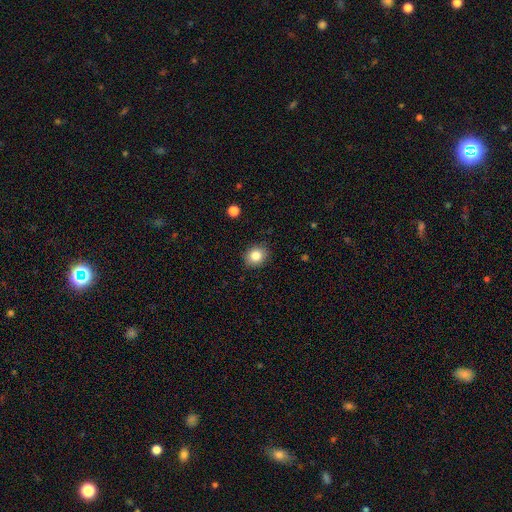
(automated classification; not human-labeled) smooth-or-featured: smooth: 83% | star or artifact: 10% | featured or disk: 7%
  how-rounded: round: 71% | in between: 28% | cigar-shaped: 1%
  merging: none: 89% | minor disturbance: 8% | major disturbance: 2% | merger: 1%